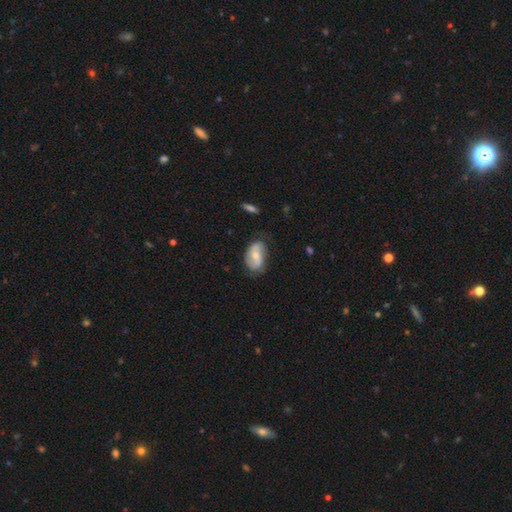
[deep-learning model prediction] Smooth or featured? featured or disk (51%)
Edge-on disk? no (94%)
Merging? none (61%)